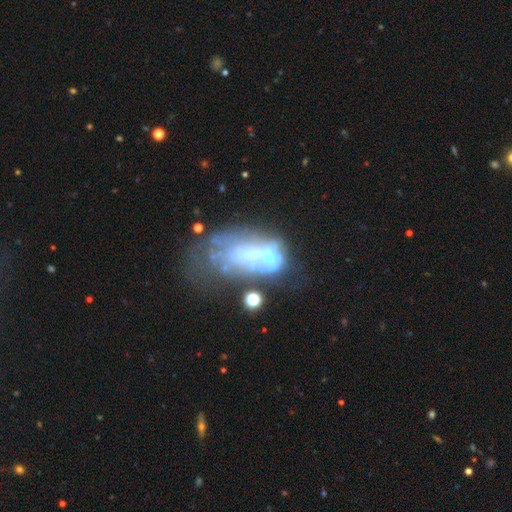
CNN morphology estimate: type=featured or disk (58%); edge-on=no (94%); bar=no (85%); spiral arms=no (92%); bulge=none (47%); merging=major disturbance (37%).